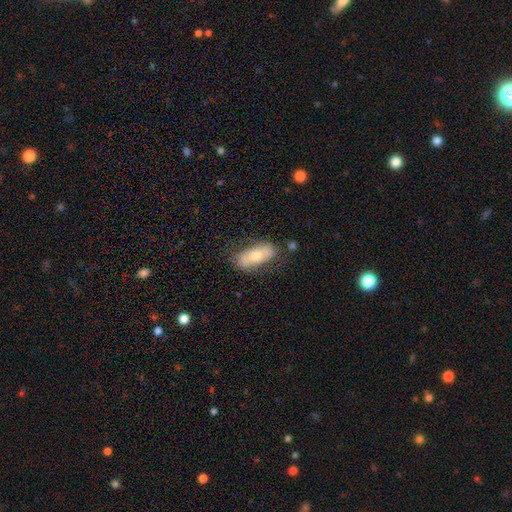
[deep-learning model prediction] smooth-or-featured: smooth: 60% | featured or disk: 33% | star or artifact: 6%
  how-rounded: in between: 84% | cigar-shaped: 13% | round: 4%
  merging: none: 73% | minor disturbance: 19% | major disturbance: 5% | merger: 3%